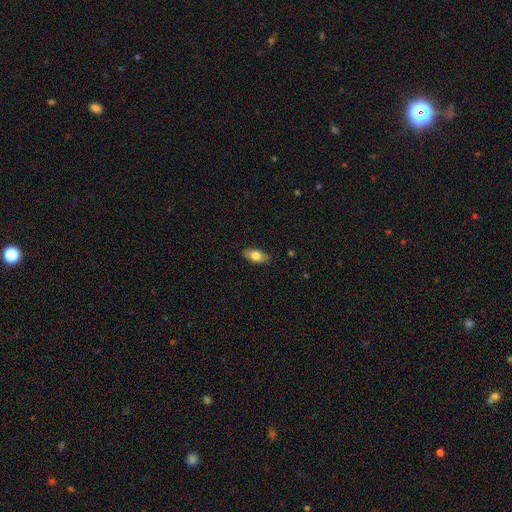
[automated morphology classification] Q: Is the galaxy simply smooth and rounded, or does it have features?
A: smooth — 75%.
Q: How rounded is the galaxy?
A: in between — 88%.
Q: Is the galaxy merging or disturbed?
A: none — 86%.